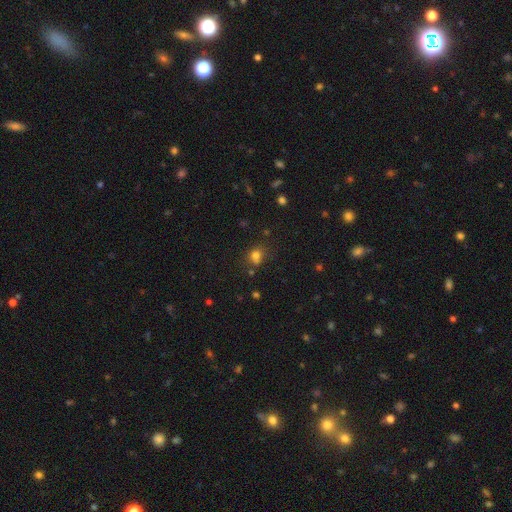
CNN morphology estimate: Q: Smooth or featured?
A: smooth (74%); runner-up: star or artifact (17%)
Q: How rounded?
A: round (65%); runner-up: in between (34%)
Q: Merging?
A: none (55%); runner-up: minor disturbance (19%)